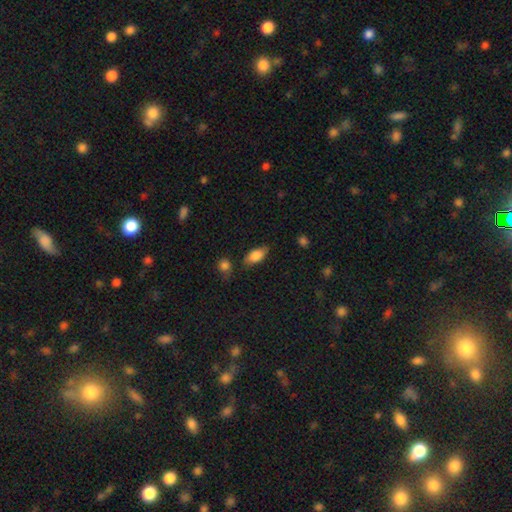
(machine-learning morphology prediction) Smooth or featured? Predicted: smooth (p=0.82). How rounded? Predicted: in between (p=0.88). Merging? Predicted: none (p=0.70).